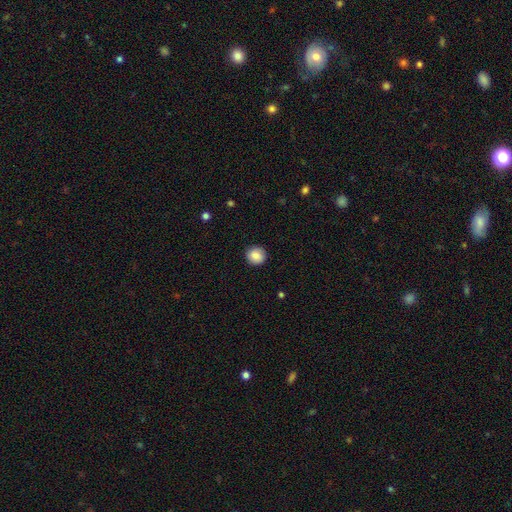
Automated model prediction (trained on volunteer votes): Smooth or featured? smooth (87%)
How rounded? round (92%)
Merging? none (91%)